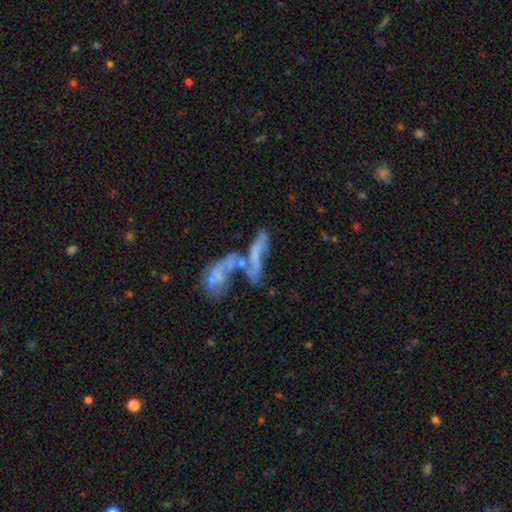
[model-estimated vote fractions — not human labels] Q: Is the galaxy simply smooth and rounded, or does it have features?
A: featured or disk — 51%.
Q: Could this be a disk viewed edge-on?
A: no — 82%.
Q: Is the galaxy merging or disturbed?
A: merger — 64%.